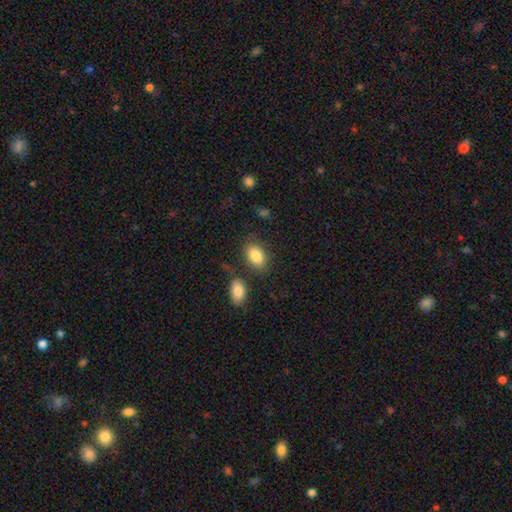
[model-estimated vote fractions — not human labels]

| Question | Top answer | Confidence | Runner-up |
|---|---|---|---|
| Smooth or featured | smooth | 86% | star or artifact (7%) |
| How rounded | in between | 89% | round (9%) |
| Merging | none | 74% | minor disturbance (13%) |